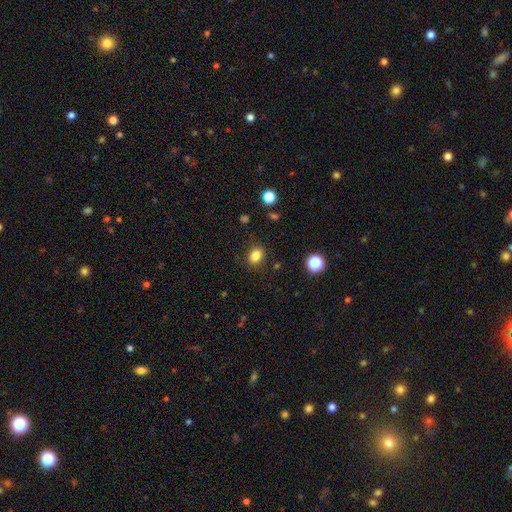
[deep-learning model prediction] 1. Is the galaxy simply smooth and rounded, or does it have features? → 83% smooth, 11% star or artifact, 6% featured or disk.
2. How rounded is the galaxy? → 54% in between, 45% round, 1% cigar-shaped.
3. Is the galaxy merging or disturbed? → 85% none, 10% minor disturbance, 3% major disturbance, 2% merger.